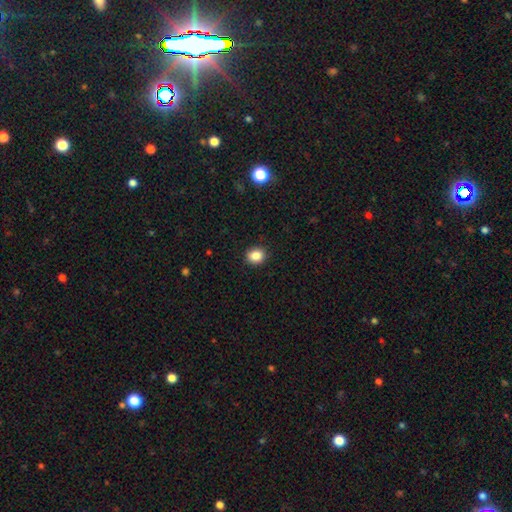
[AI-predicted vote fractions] Overall: smooth (86%). How rounded: round (68%; in between 31%). Merging: none (91%).